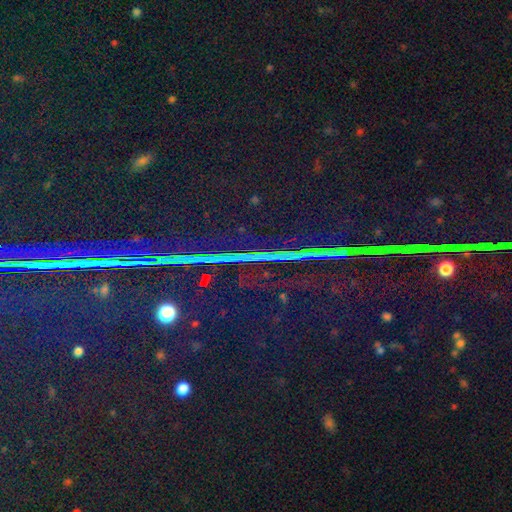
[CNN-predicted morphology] smooth_or_featured: star or artifact (p=0.86) [alt: featured or disk p=0.08]